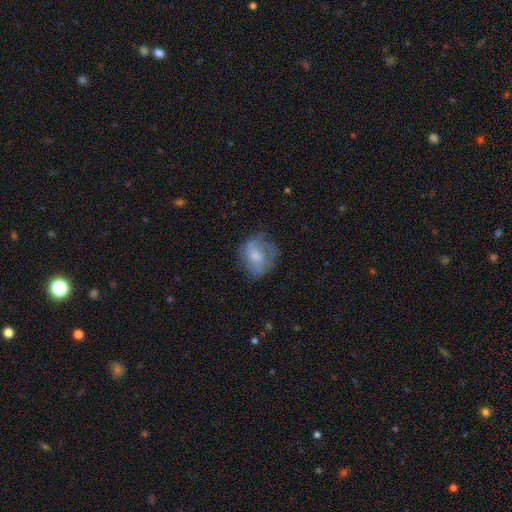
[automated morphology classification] Smooth or featured?
  - featured or disk: 53% *
  - smooth: 39%
  - star or artifact: 8%
Edge-on disk?
  - no: 97% *
  - yes: 3%
Bar?
  - no: 64% *
  - weak: 30%
  - strong: 6%
Spiral arms?
  - yes: 72% *
  - no: 28%
Bulge size?
  - moderate: 41% *
  - small: 33%
  - none: 15%
  - large: 9%
  - dominant: 2%
Merging?
  - none: 56% *
  - minor disturbance: 24%
  - major disturbance: 18%
  - merger: 2%